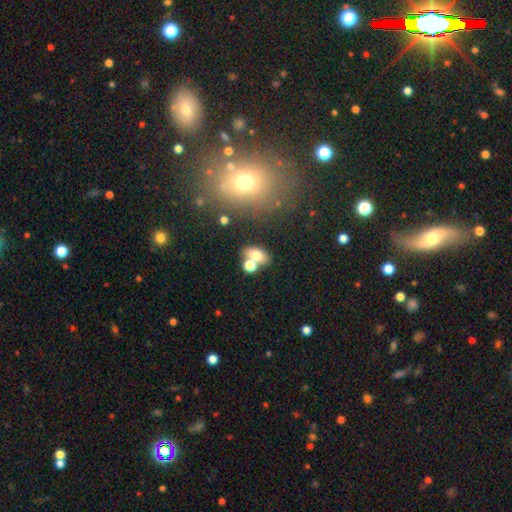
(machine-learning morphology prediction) A smooth galaxy with no disk features (71%) that is in between round and cigar-shaped (79%).

Vote fractions:
- Smooth or featured? smooth: 71% / featured or disk: 16% / star or artifact: 12%
- How rounded? in between: 79% / round: 18% / cigar-shaped: 3%
- Merging? none: 49% / merger: 35% / minor disturbance: 11% / major disturbance: 5%